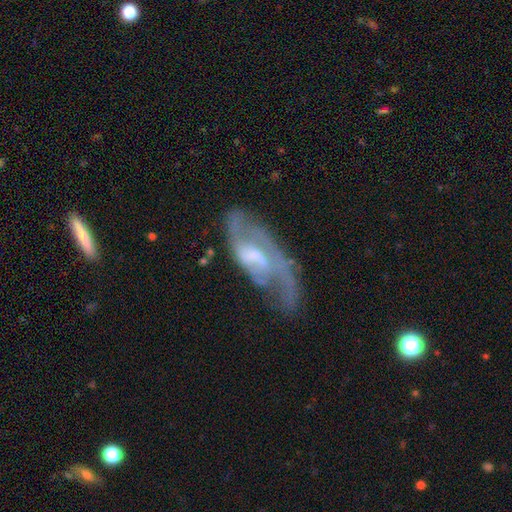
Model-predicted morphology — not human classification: featured or disk 75%, smooth 17%, star or artifact 8%. Down the decision tree: edge-on disk — no (90%); bar — weak (47%); spiral arms — yes (81%); spiral arm count — 2 (42%); spiral winding — medium (44%); bulge size — moderate (41%); merging — none (45%).